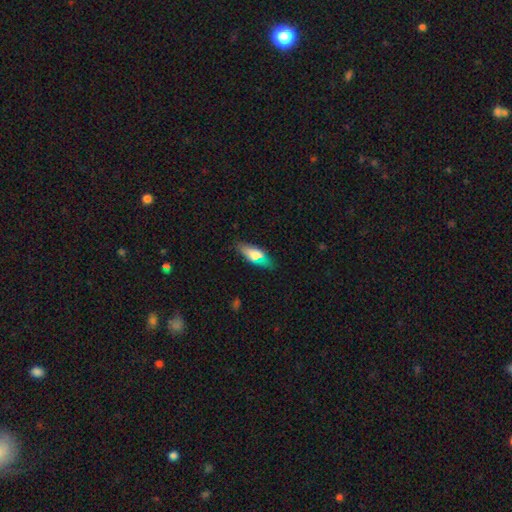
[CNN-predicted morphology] A smooth galaxy with no disk features (66%) that is in between round and cigar-shaped (67%).

Vote fractions:
- Smooth or featured? smooth: 66% / featured or disk: 26% / star or artifact: 8%
- How rounded? in between: 67% / cigar-shaped: 29% / round: 3%
- Merging? none: 77% / minor disturbance: 17% / major disturbance: 4% / merger: 2%